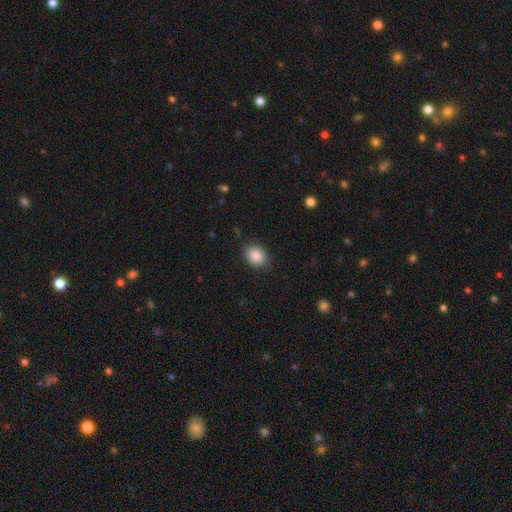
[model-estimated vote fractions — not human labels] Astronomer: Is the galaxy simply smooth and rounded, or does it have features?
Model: smooth — 88%.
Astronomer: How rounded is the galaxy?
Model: in between — 61% (runner-up: round, 38%).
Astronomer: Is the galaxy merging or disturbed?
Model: none — 84%.